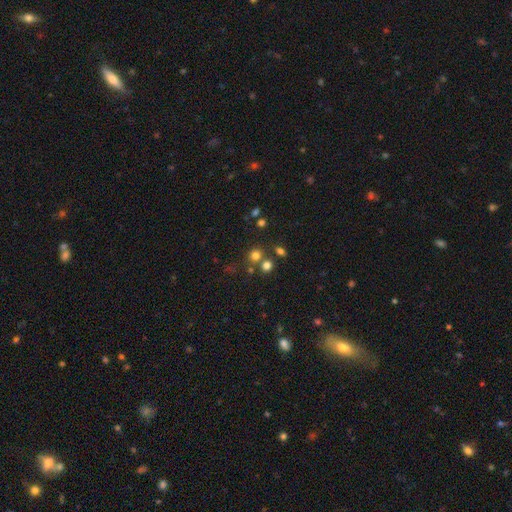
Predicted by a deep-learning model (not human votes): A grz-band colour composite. It shows a smooth galaxy with no disk features (71%) that is round (86%). Merging: none (67%).